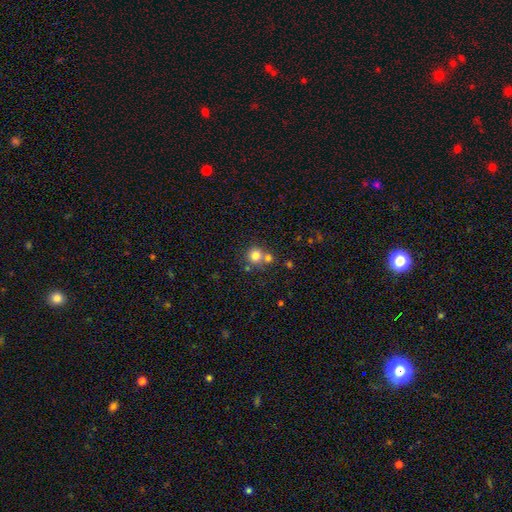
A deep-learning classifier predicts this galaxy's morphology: smooth_or_featured: smooth (p=0.78) [alt: star or artifact p=0.12]
how_rounded: round (p=0.91) [alt: in between p=0.08]
merging: none (p=0.56) [alt: merger p=0.33]